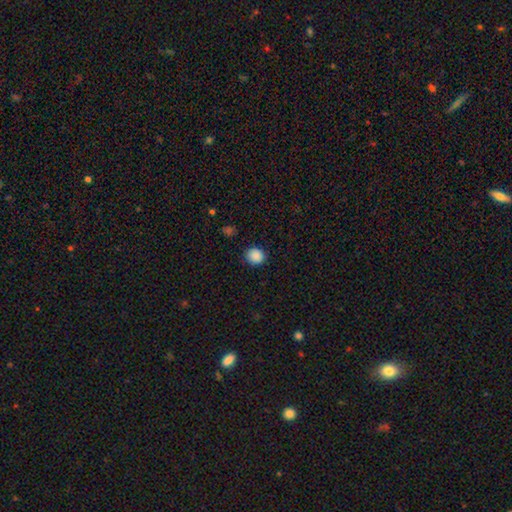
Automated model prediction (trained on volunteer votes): Smooth or featured?
  - smooth: 88% *
  - star or artifact: 10%
  - featured or disk: 3%
How rounded?
  - round: 83% *
  - in between: 16%
  - cigar-shaped: 1%
Merging?
  - none: 89% *
  - minor disturbance: 8%
  - major disturbance: 2%
  - merger: 1%